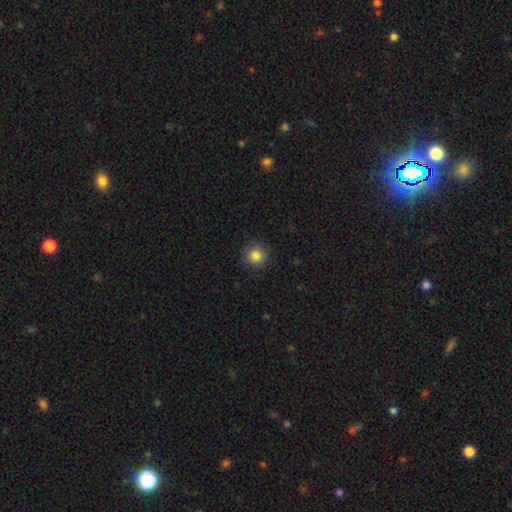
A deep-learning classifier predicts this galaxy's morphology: This appears to be a smooth galaxy with no disk features (85%) that is round (95%). Merging: none (91%).